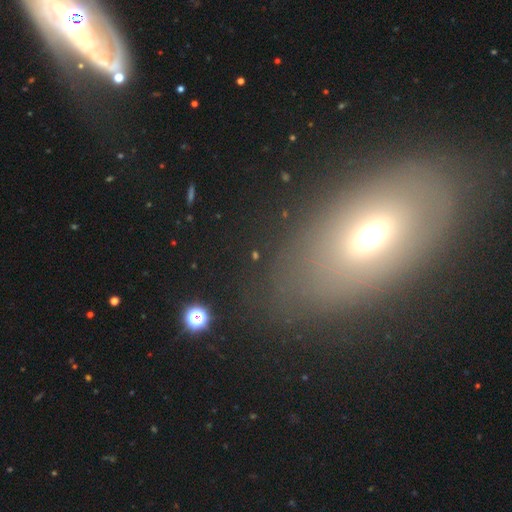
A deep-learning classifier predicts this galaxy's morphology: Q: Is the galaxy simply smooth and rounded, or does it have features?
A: star or artifact — 53%.